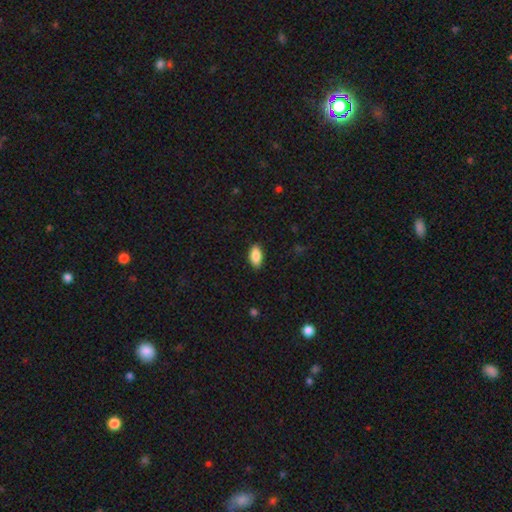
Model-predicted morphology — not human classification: Q: Smooth or featured?
A: smooth (86%); runner-up: star or artifact (7%)
Q: How rounded?
A: in between (92%); runner-up: cigar-shaped (5%)
Q: Merging?
A: none (89%); runner-up: minor disturbance (9%)